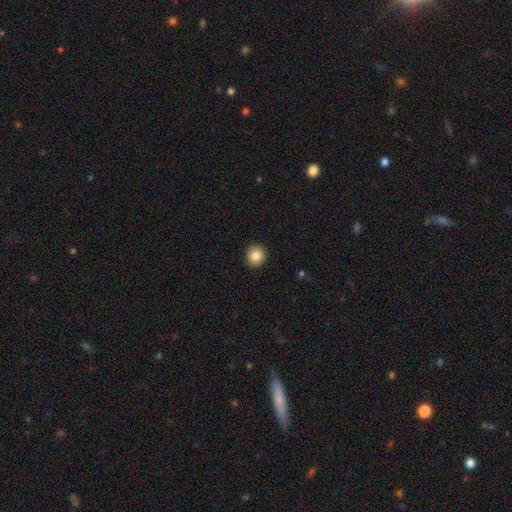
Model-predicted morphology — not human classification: Overall: smooth (85%). How rounded: round (90%). Merging: none (92%).